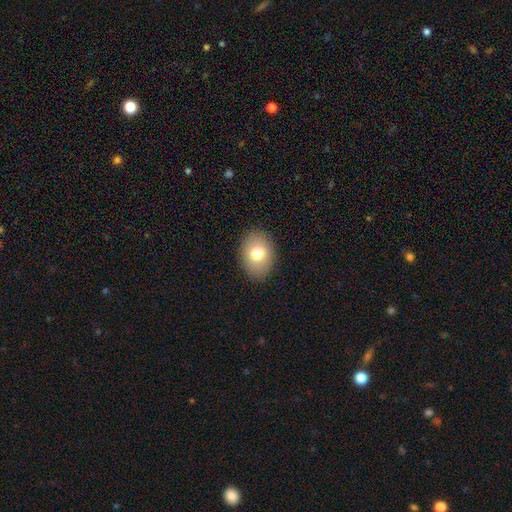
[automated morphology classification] This is likely a smooth galaxy (76%). How rounded: likely in between (71%). Merging: clearly none (89%).